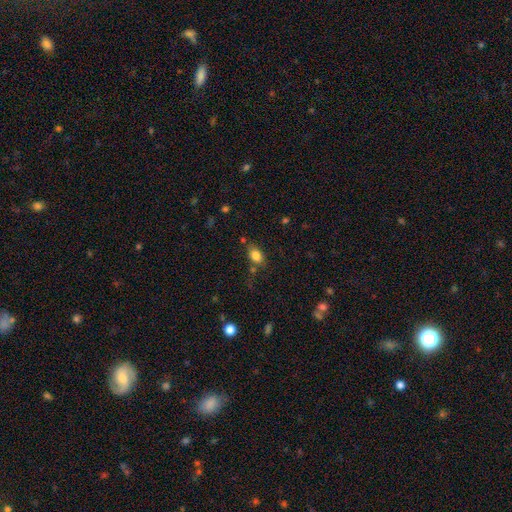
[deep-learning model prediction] smooth_or_featured: smooth (p=0.82) [alt: star or artifact p=0.10]
how_rounded: in between (p=0.79) [alt: round p=0.19]
merging: none (p=0.68) [alt: minor disturbance p=0.17]